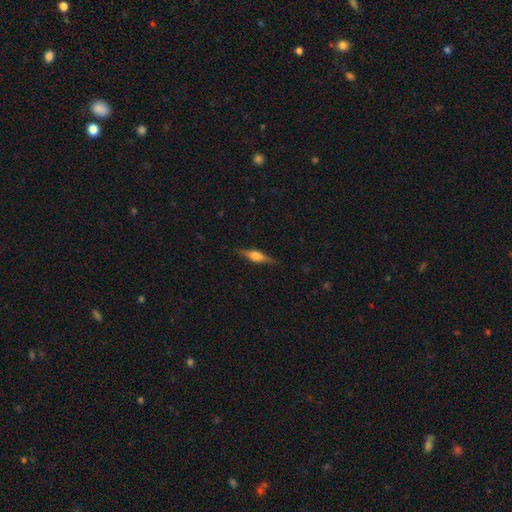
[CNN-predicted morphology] smooth-or-featured: featured or disk: 66% | smooth: 26% | star or artifact: 7%
  disk-edge-on: yes: 97% | no: 3%
    edge-on-bulge: rounded: 78% | boxy: 19% | none: 3%
  merging: none: 87% | minor disturbance: 10% | major disturbance: 2% | merger: 1%